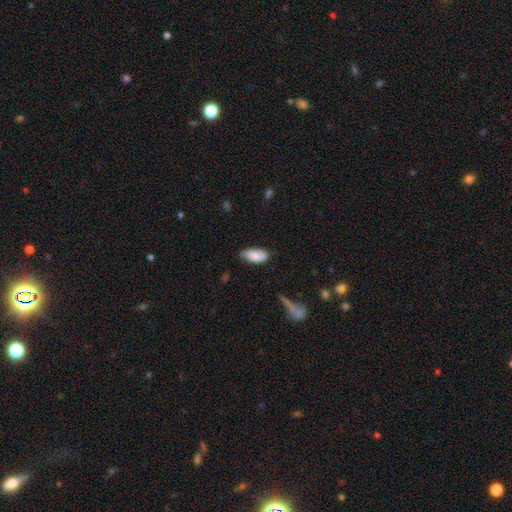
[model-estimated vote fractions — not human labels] Smooth or featured?
  - smooth: 80% *
  - featured or disk: 13%
  - star or artifact: 7%
How rounded?
  - in between: 91% *
  - cigar-shaped: 7%
  - round: 2%
Merging?
  - none: 70% *
  - minor disturbance: 24%
  - major disturbance: 4%
  - merger: 2%